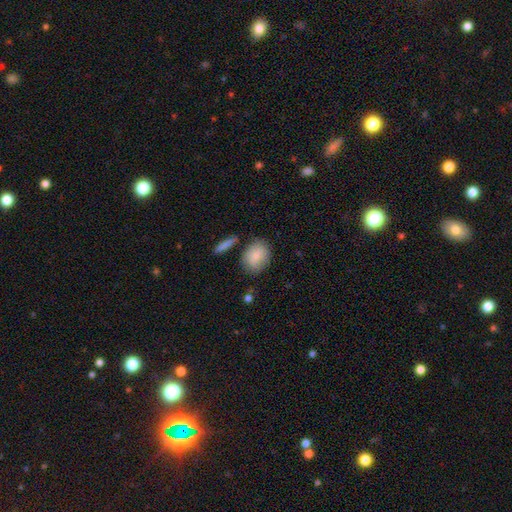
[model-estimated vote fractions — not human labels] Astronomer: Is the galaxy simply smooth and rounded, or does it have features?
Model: smooth — 83%.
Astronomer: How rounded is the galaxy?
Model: in between — 63%.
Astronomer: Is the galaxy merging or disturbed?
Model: none — 73%.